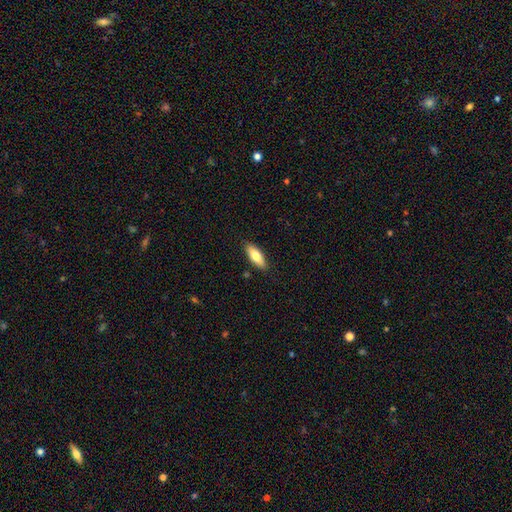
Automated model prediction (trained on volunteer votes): A smooth galaxy with no disk features (75%) that is in between round and cigar-shaped (71%).

Vote fractions:
- Smooth or featured? smooth: 75% / featured or disk: 19% / star or artifact: 6%
- How rounded? in between: 71% / cigar-shaped: 26% / round: 2%
- Merging? none: 88% / minor disturbance: 9% / major disturbance: 2% / merger: 1%